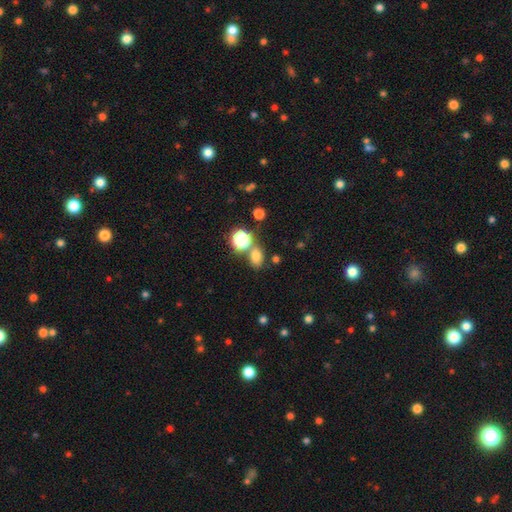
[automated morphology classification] Smooth or featured?
  - smooth: 71% *
  - star or artifact: 21%
  - featured or disk: 7%
How rounded?
  - in between: 63% *
  - round: 36%
  - cigar-shaped: 1%
Merging?
  - none: 67% *
  - merger: 17%
  - minor disturbance: 11%
  - major disturbance: 4%